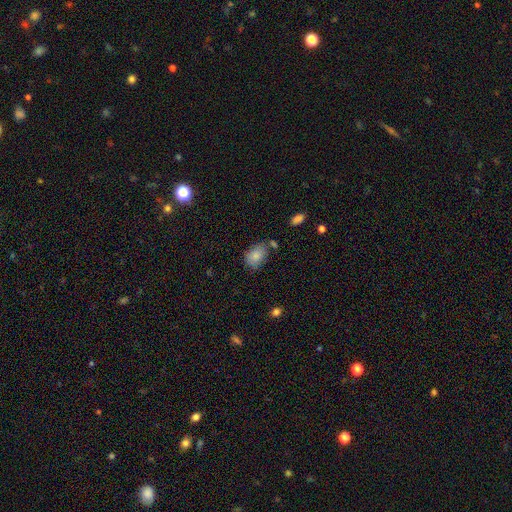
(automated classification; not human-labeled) Smooth or featured? Predicted: smooth (p=0.83). How rounded? Predicted: in between (p=0.81). Merging? Predicted: none (p=0.63).